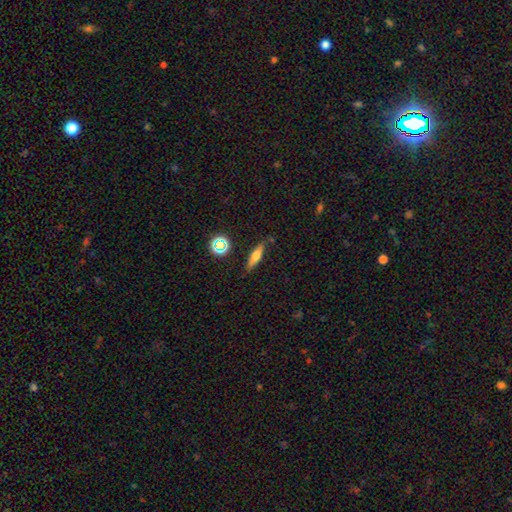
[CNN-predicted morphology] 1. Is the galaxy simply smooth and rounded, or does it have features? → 52% smooth, 36% featured or disk, 11% star or artifact.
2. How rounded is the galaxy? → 65% cigar-shaped, 30% in between, 5% round.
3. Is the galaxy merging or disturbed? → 81% none, 13% minor disturbance, 4% merger, 3% major disturbance.